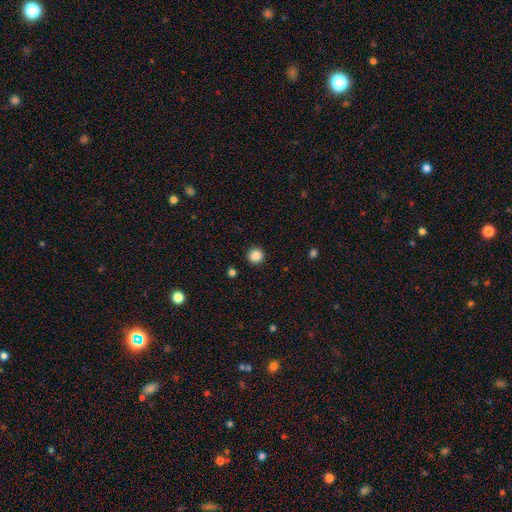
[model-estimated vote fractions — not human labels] Smooth or featured?
  - smooth: 86% *
  - star or artifact: 10%
  - featured or disk: 3%
How rounded?
  - round: 95% *
  - in between: 4%
  - cigar-shaped: 1%
Merging?
  - none: 93% *
  - minor disturbance: 4%
  - major disturbance: 2%
  - merger: 1%